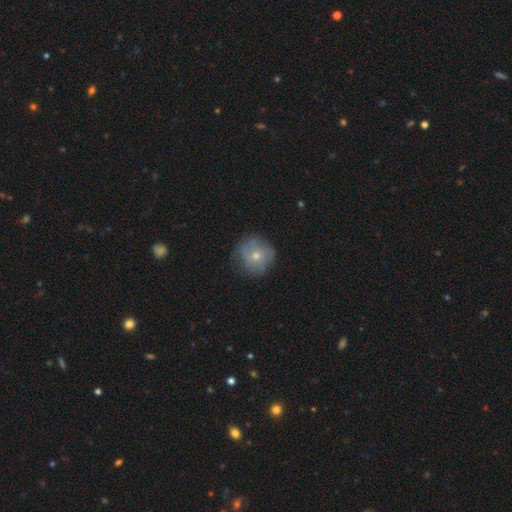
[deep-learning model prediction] This is possibly a smooth galaxy (49%). Merging: likely none (63%).